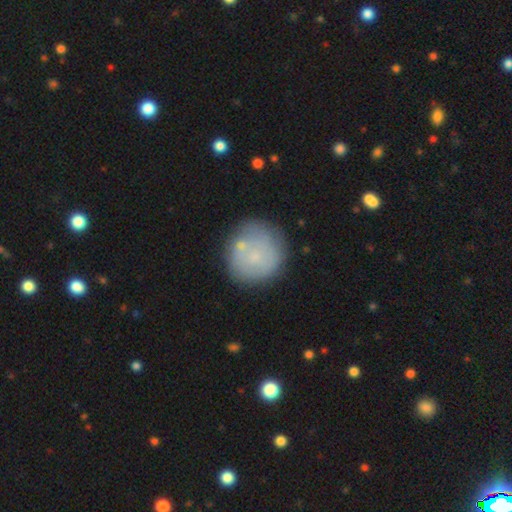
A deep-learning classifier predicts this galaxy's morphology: smooth 63%, featured or disk 29%, star or artifact 8%. Down the decision tree: how rounded — round (91%); merging — none (67%).